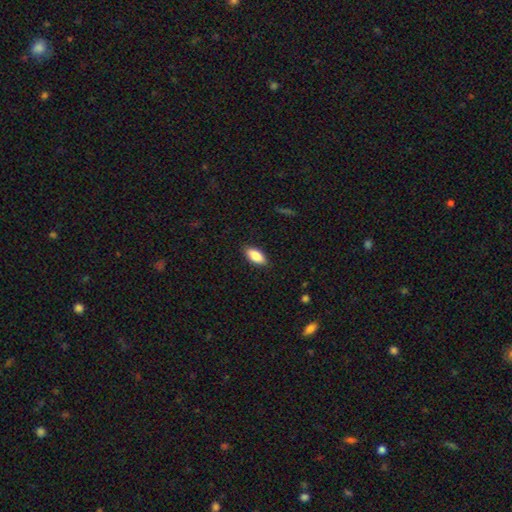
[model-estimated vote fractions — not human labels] A smooth galaxy with no disk features (85%) that is in between round and cigar-shaped (86%).

Vote fractions:
- Smooth or featured? smooth: 85% / featured or disk: 8% / star or artifact: 6%
- How rounded? in between: 86% / cigar-shaped: 12% / round: 2%
- Merging? none: 87% / minor disturbance: 9% / major disturbance: 2% / merger: 1%